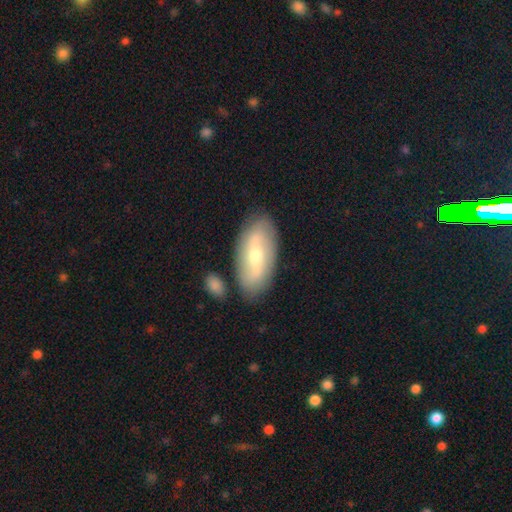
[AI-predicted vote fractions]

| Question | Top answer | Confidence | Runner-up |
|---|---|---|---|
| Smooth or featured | featured or disk | 53% | smooth (41%) |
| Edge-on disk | no | 87% | yes (13%) |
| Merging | none | 80% | minor disturbance (12%) |